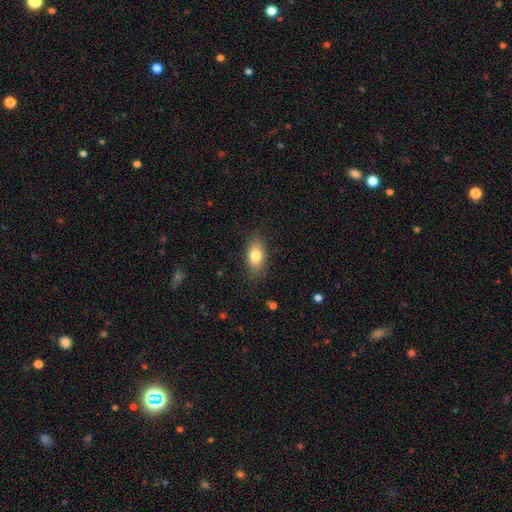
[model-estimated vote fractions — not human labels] Smooth or featured? smooth (80%)
How rounded? in between (87%)
Merging? none (84%)